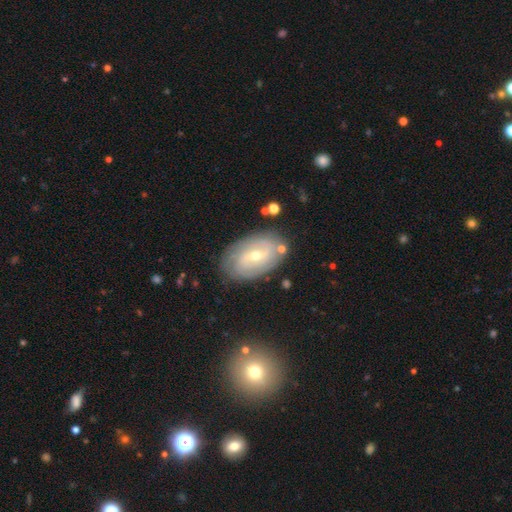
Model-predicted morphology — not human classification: featured or disk 76%, smooth 17%, star or artifact 7%. Down the decision tree: edge-on disk — no (94%); bar — weak (50%); spiral arms — yes (86%); spiral arm count — can't tell (39%); spiral winding — tight (67%); bulge size — small (49%); merging — none (79%).